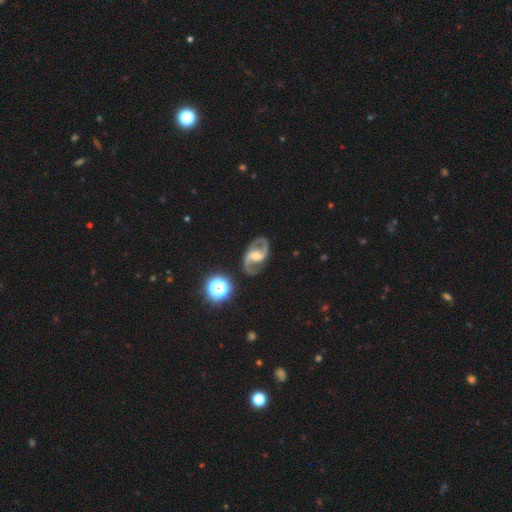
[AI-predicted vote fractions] A featured or disk galaxy (90%) with a weak bar (47%), 2 (94%) medium (58%) spiral arms (97%) and a moderate central bulge (56%).

Vote fractions:
- Smooth or featured? featured or disk: 90% / star or artifact: 5% / smooth: 4%
- Edge-on disk? no: 98% / yes: 2%
- Bar? weak: 47% / no: 29% / strong: 25%
- Spiral arms? yes: 97% / no: 3%
- Spiral winding? medium: 58% / loose: 30% / tight: 12%
- Spiral arm count? 2: 94% / can't tell: 2% / 1: 1% / 3: 1% / 4: 1% / more than 4: 1%
- Bulge size? moderate: 56% / small: 34% / large: 6% / none: 3% / dominant: 1%
- Merging? none: 83% / minor disturbance: 11% / major disturbance: 4% / merger: 2%